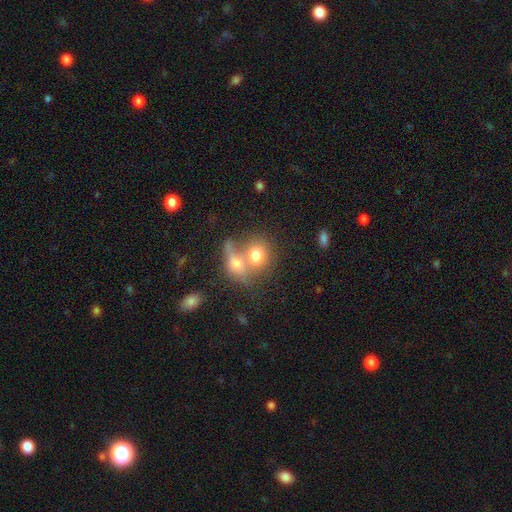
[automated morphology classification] Smooth or featured?
  - smooth: 71% *
  - featured or disk: 19%
  - star or artifact: 10%
How rounded?
  - round: 66% *
  - in between: 32%
  - cigar-shaped: 2%
Merging?
  - merger: 60% *
  - none: 27%
  - minor disturbance: 7%
  - major disturbance: 6%